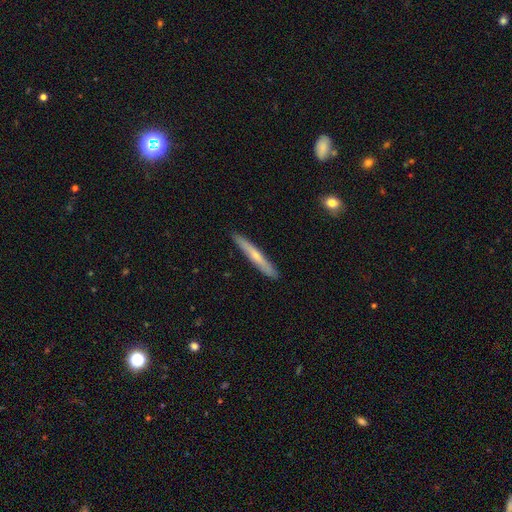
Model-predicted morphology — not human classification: smooth_or_featured: smooth (p=0.50) [alt: featured or disk p=0.44]
how_rounded: cigar-shaped (p=0.96) [alt: in between p=0.03]
merging: none (p=0.90) [alt: minor disturbance p=0.07]